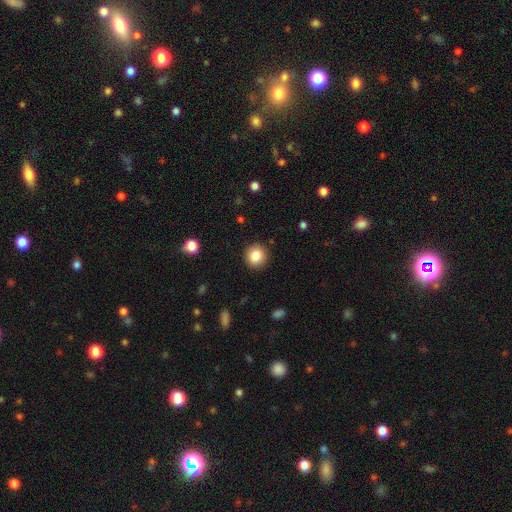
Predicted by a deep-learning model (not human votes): Smooth or featured: smooth — 85% (star or artifact — 9%)
How rounded: round — 90% (in between — 9%)
Merging: none — 91% (minor disturbance — 6%)